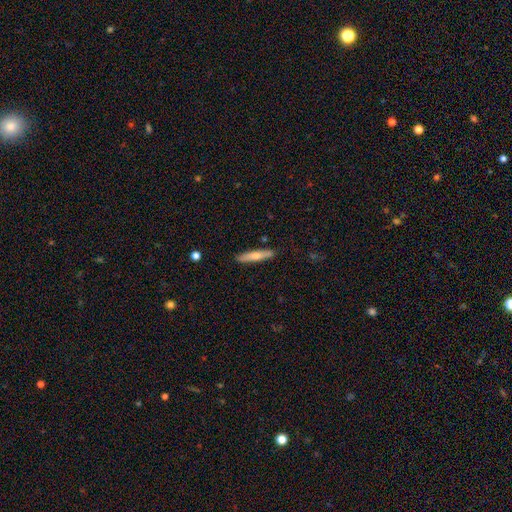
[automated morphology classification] A smooth galaxy with no disk features (68%) that is cigar-shaped (89%). Merging: none (87%).